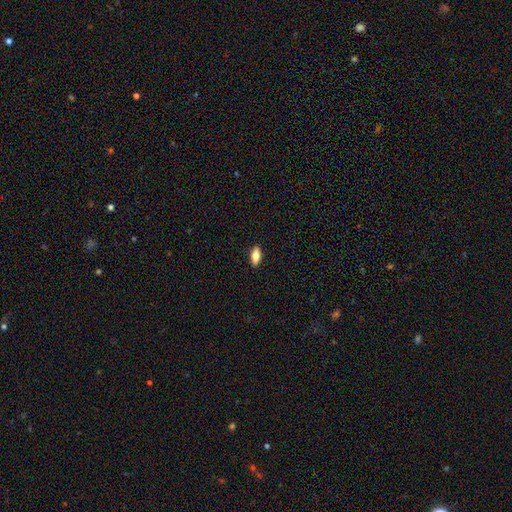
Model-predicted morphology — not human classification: A smooth galaxy with no disk features (71%) that is in between round and cigar-shaped (79%). Merging: none (90%).